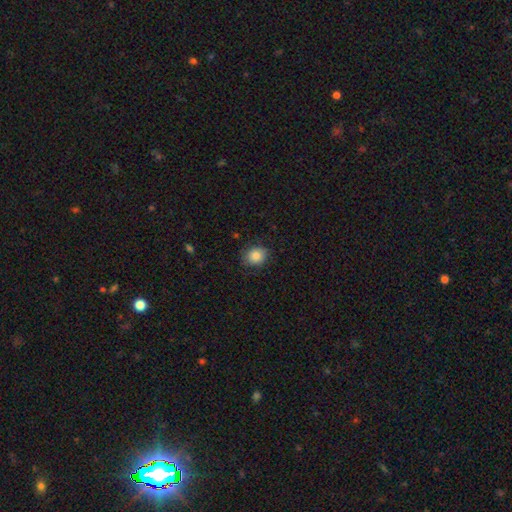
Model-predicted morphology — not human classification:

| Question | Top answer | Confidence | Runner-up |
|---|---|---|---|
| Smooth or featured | smooth | 84% | star or artifact (9%) |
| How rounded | round | 67% | in between (33%) |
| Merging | none | 80% | minor disturbance (15%) |